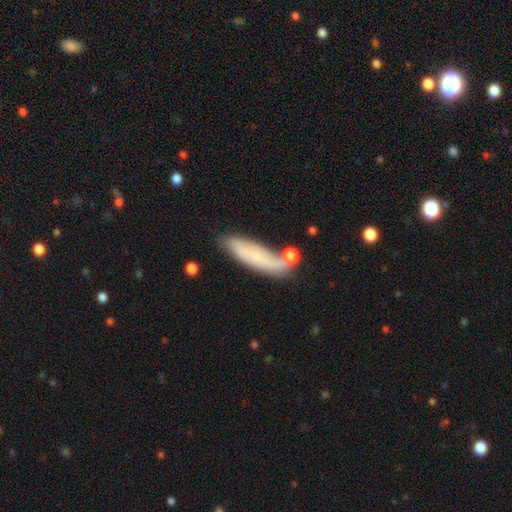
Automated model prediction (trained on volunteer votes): Smooth or featured: smooth — 70% (featured or disk — 22%)
How rounded: cigar-shaped — 65% (in between — 33%)
Merging: none — 65% (minor disturbance — 20%)